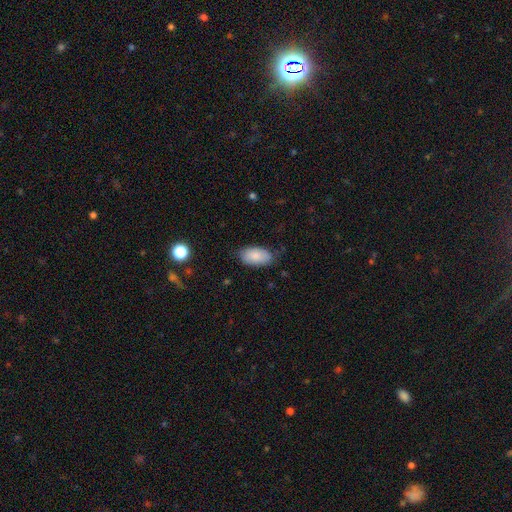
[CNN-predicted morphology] The model was most divided on "merging": none: 76%, minor disturbance: 19%, major disturbance: 4%, merger: 1%. More confident: how rounded — in between (95%); smooth or featured — smooth (84%).